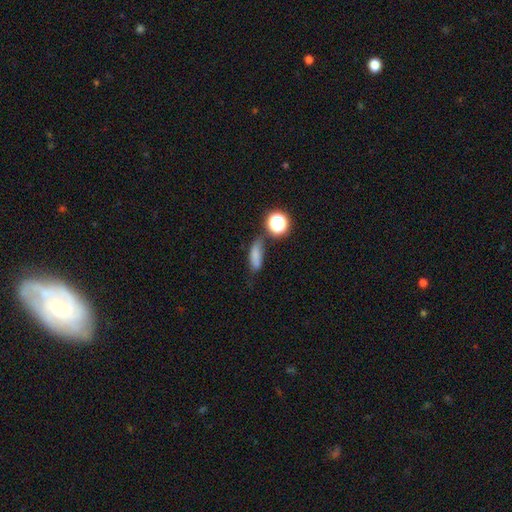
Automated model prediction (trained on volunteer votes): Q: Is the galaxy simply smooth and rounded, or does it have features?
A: smooth — 75%.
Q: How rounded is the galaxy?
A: in between — 54%.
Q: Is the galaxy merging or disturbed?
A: none — 57%.